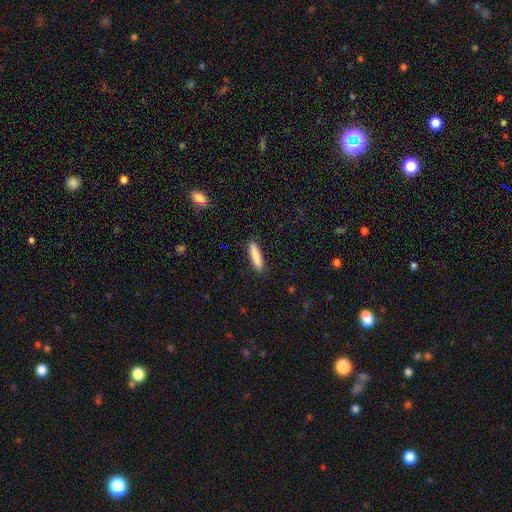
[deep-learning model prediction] smooth-or-featured: smooth: 86% | featured or disk: 8% | star or artifact: 6%
  how-rounded: cigar-shaped: 81% | in between: 17% | round: 1%
  merging: none: 89% | minor disturbance: 8% | major disturbance: 2% | merger: 1%